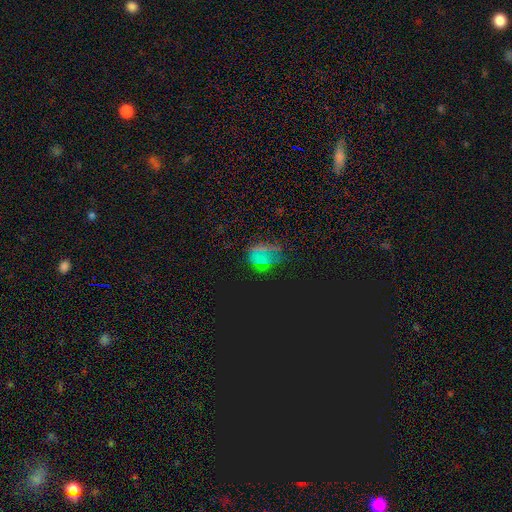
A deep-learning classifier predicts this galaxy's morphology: A star or artifact, not a galaxy (57%).